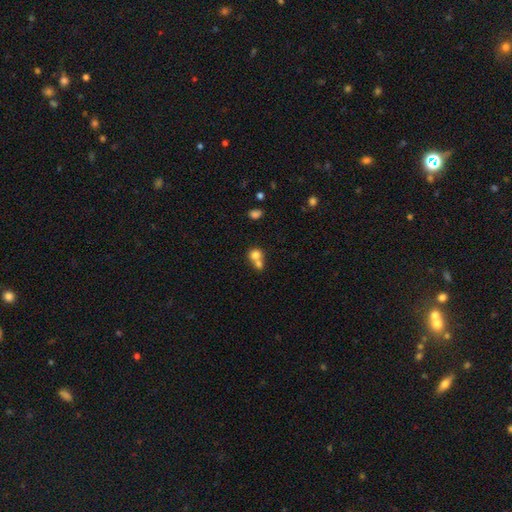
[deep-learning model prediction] This is likely a smooth galaxy (75%). How rounded: likely round (76%). Merging: likely merger (62%).